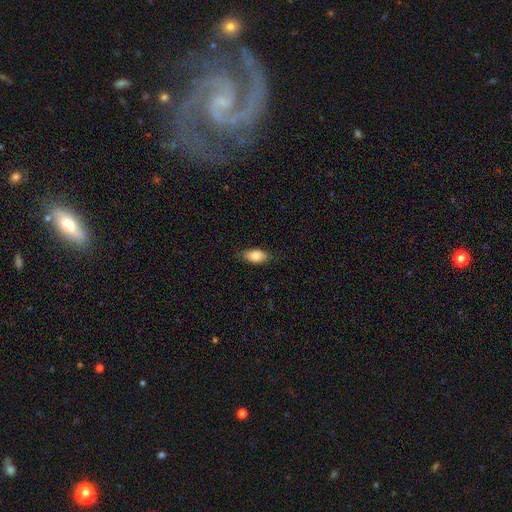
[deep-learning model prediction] Q: Smooth or featured?
A: smooth (80%); runner-up: featured or disk (14%)
Q: How rounded?
A: in between (89%); runner-up: cigar-shaped (7%)
Q: Merging?
A: none (83%); runner-up: minor disturbance (14%)